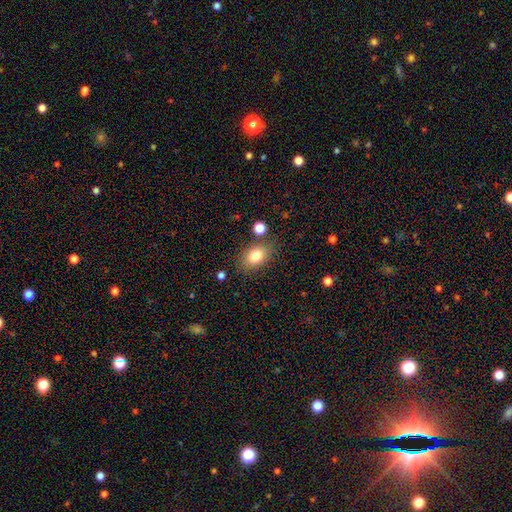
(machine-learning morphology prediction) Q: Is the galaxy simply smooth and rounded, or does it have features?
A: smooth — 80%.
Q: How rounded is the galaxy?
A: in between — 77%.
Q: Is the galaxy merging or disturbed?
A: none — 77%.